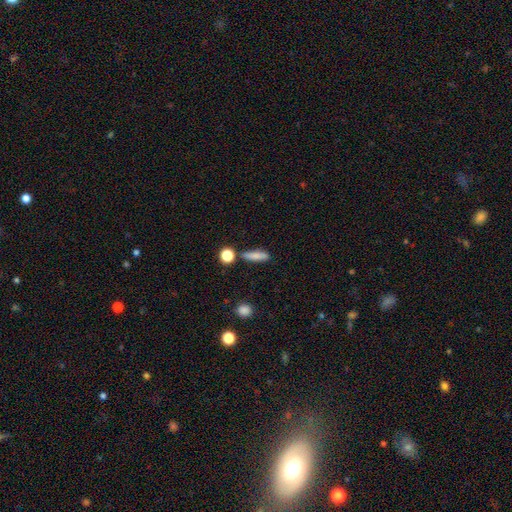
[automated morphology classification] This is clearly a smooth galaxy (80%). How rounded: likely cigar-shaped (63%). Merging: clearly none (81%).